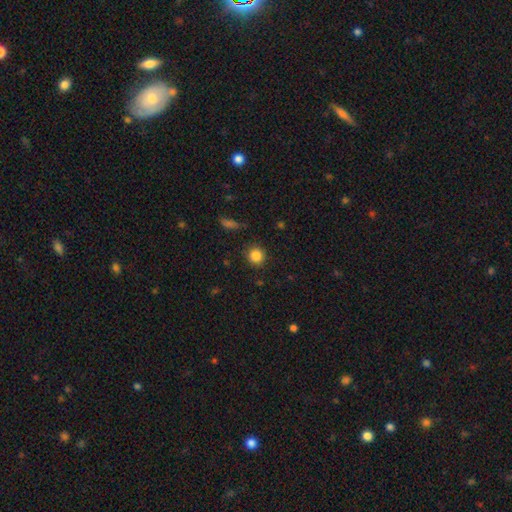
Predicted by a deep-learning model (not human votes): smooth-or-featured: smooth: 85% | star or artifact: 11% | featured or disk: 5%
  how-rounded: round: 92% | in between: 7% | cigar-shaped: 1%
  merging: none: 89% | minor disturbance: 7% | major disturbance: 2% | merger: 1%